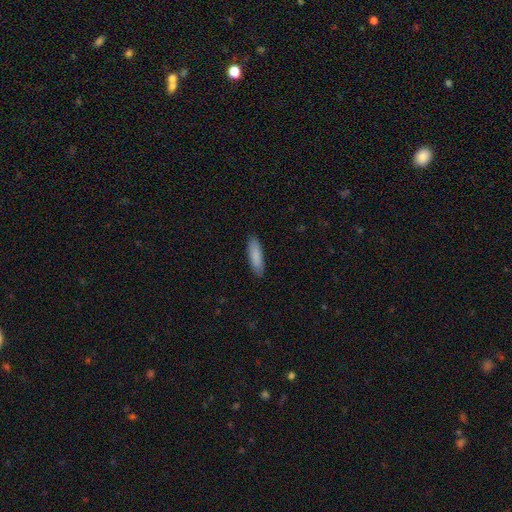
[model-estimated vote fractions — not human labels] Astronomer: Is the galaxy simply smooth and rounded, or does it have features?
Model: smooth — 87%.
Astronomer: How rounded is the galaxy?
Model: cigar-shaped — 64%.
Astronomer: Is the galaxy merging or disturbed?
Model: none — 89%.